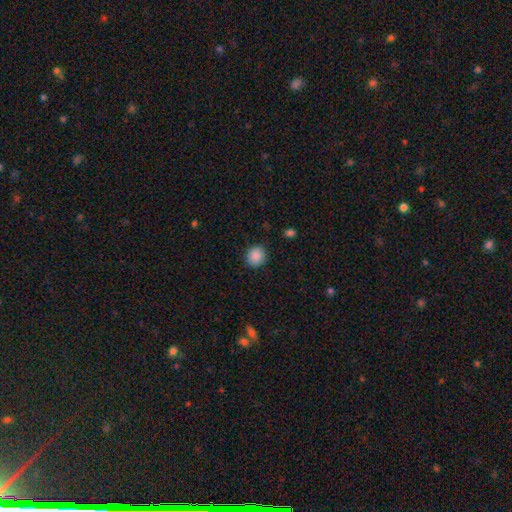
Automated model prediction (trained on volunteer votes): Morphology: type=smooth (89%); roundness=round (84%); merging=none (90%).